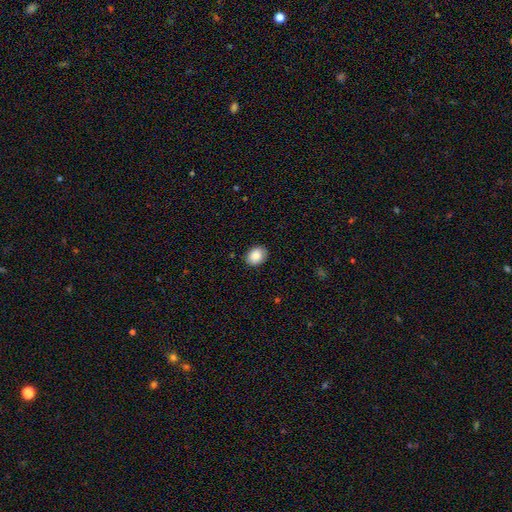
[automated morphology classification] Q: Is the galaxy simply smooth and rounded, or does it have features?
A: smooth — 87%.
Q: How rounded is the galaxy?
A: in between — 59%.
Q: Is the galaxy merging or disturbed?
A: none — 87%.